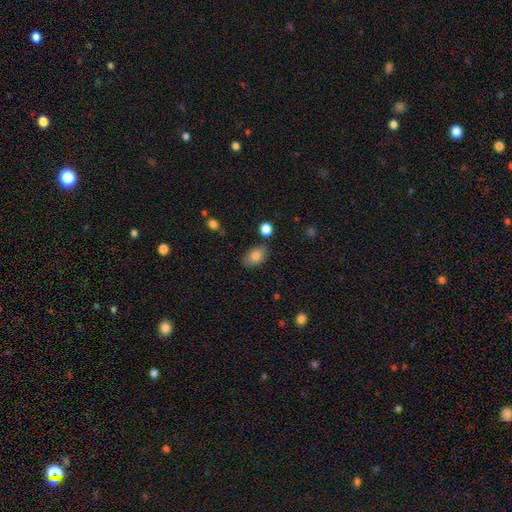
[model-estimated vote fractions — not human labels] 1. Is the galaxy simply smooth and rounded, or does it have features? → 84% smooth, 9% featured or disk, 8% star or artifact.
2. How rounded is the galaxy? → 88% in between, 11% round, 1% cigar-shaped.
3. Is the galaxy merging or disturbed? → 78% none, 15% minor disturbance, 3% major disturbance, 3% merger.